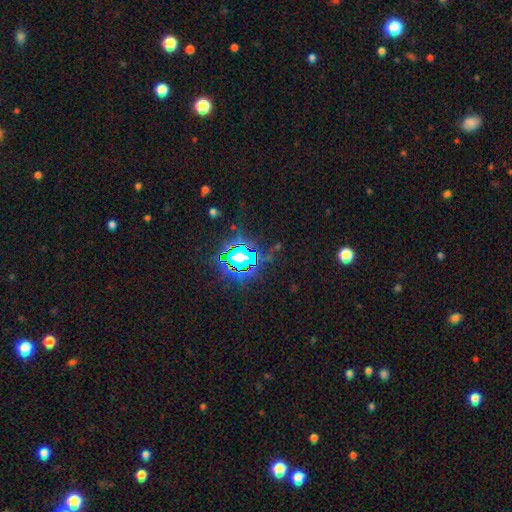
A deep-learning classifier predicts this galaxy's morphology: A star or artifact, not a galaxy (81%).